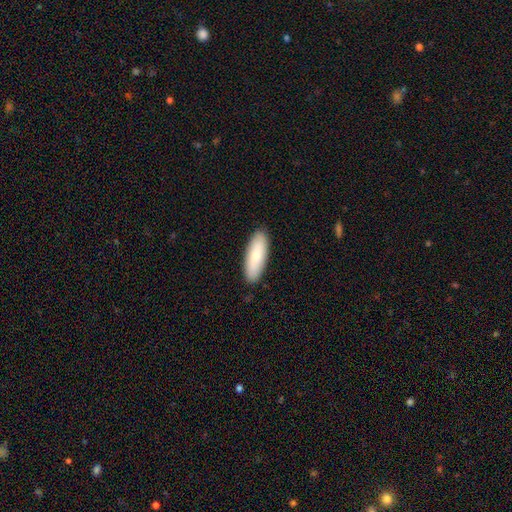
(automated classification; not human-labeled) The model was most divided on "how rounded": in between: 59%, cigar-shaped: 40%, round: 2%. More confident: merging — none (90%); smooth or featured — smooth (78%).